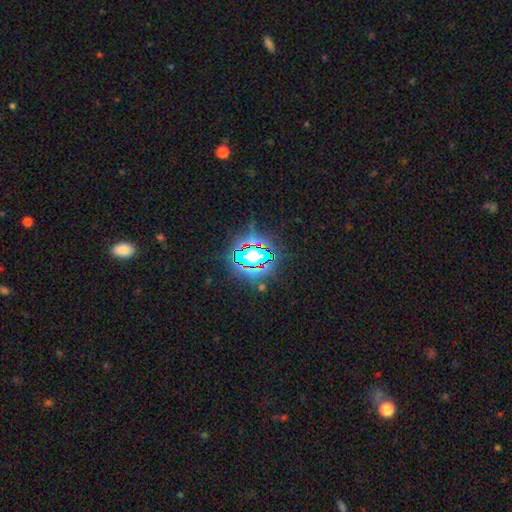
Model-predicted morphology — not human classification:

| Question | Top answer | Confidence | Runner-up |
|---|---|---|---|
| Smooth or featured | star or artifact | 77% | smooth (13%) |